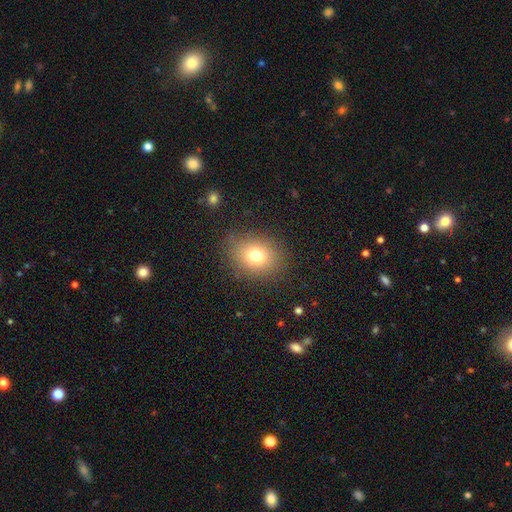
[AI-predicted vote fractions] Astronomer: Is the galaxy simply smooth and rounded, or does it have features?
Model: smooth — 75%.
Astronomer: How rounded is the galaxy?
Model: round — 53% (runner-up: in between, 46%).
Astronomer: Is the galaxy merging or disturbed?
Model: none — 84%.